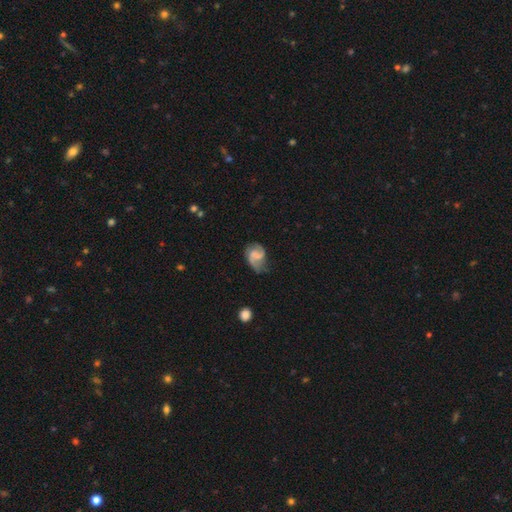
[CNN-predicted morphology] This is likely a featured or disk galaxy (69%). It is clearly not viewed edge-on (98%). Bar: possibly weak (48%). Spiral arm pattern: clearly yes (91%). Spiral arm count: likely 2 (77%). Spiral winding: marginally medium (42%, tied with loose). Central bulge: possibly none (51%). Merging: possibly none (48%).